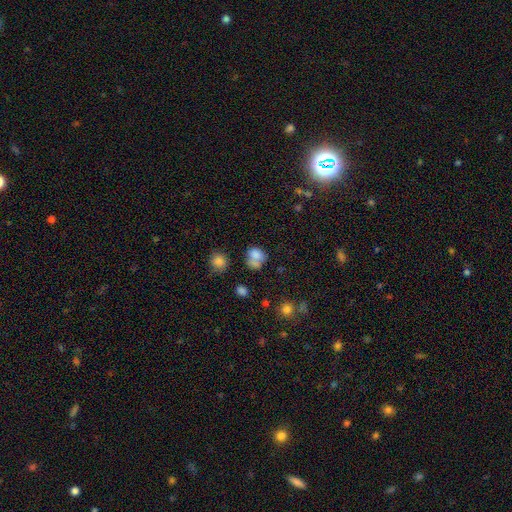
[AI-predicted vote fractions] Smooth or featured? Predicted: smooth (p=0.74). How rounded? Predicted: round (p=0.51). Merging? Predicted: none (p=0.35).